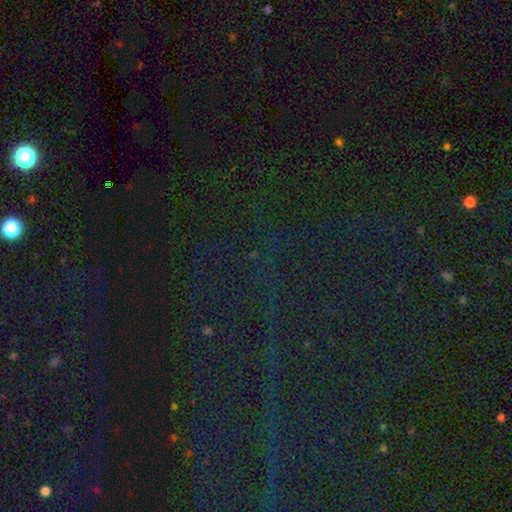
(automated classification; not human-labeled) Smooth or featured: star or artifact — 84% (smooth — 9%)